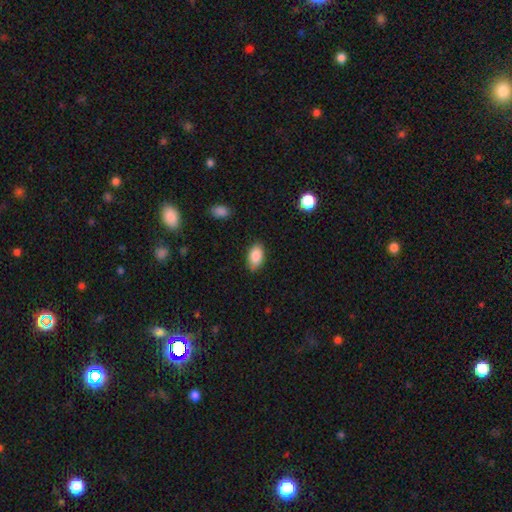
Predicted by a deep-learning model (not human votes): smooth 87%, star or artifact 7%, featured or disk 6%. Down the decision tree: how rounded — in between (93%); merging — none (83%).